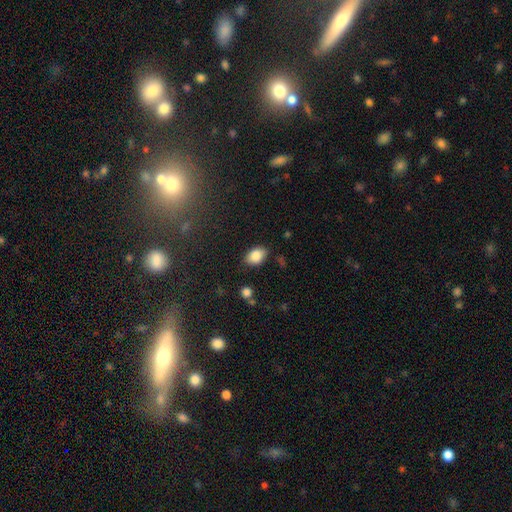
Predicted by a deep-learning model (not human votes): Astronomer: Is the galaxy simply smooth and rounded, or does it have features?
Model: smooth — 86%.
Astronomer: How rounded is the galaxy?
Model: in between — 88%.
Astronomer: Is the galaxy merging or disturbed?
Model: none — 82%.